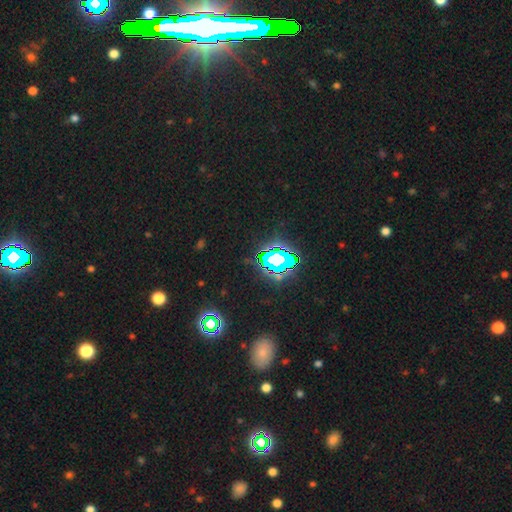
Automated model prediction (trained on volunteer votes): smooth-or-featured: star or artifact: 79% | smooth: 13% | featured or disk: 8%